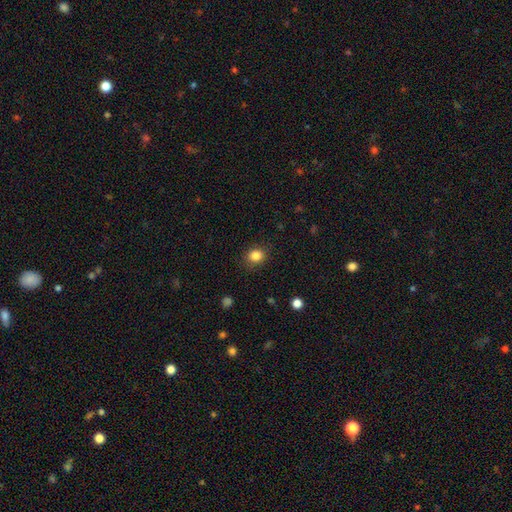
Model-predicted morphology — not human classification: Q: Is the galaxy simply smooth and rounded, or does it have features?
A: smooth — 85%.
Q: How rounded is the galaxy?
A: round — 63%.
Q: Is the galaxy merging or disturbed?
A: none — 86%.